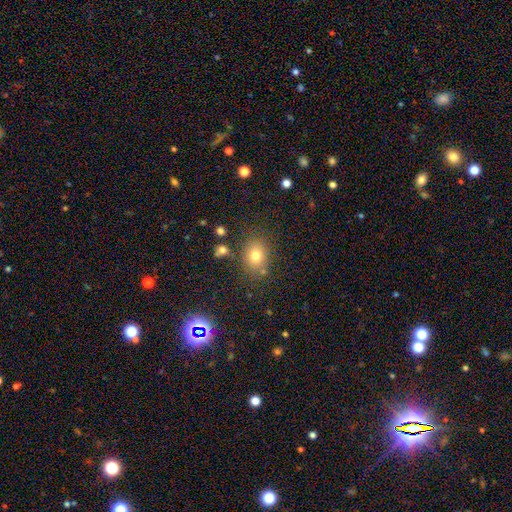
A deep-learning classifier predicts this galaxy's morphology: Overall: smooth (76%). How rounded: in between (51%; round 48%). Merging: none (77%).